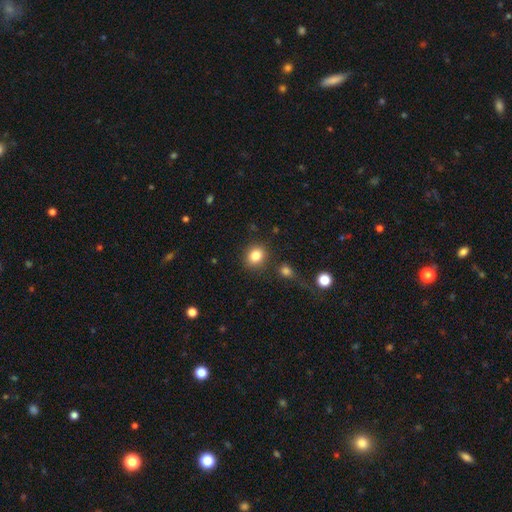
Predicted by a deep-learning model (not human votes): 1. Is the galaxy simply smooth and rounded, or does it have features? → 84% smooth, 10% star or artifact, 6% featured or disk.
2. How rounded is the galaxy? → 63% round, 36% in between, 1% cigar-shaped.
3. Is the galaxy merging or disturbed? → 82% none, 9% minor disturbance, 5% merger, 3% major disturbance.